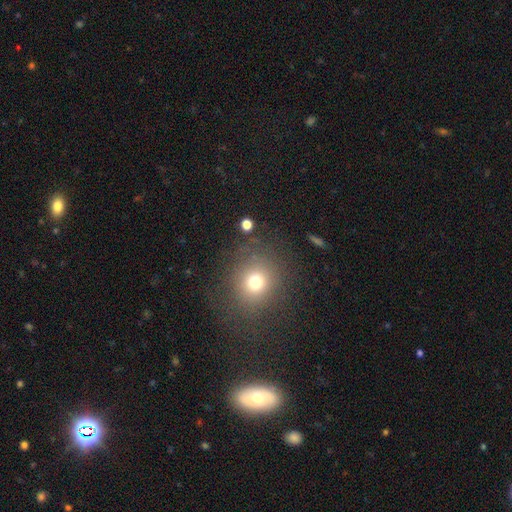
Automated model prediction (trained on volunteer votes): smooth-or-featured: smooth: 63% | star or artifact: 27% | featured or disk: 10%
  how-rounded: round: 76% | in between: 23% | cigar-shaped: 1%
  merging: none: 83% | minor disturbance: 9% | merger: 4% | major disturbance: 4%